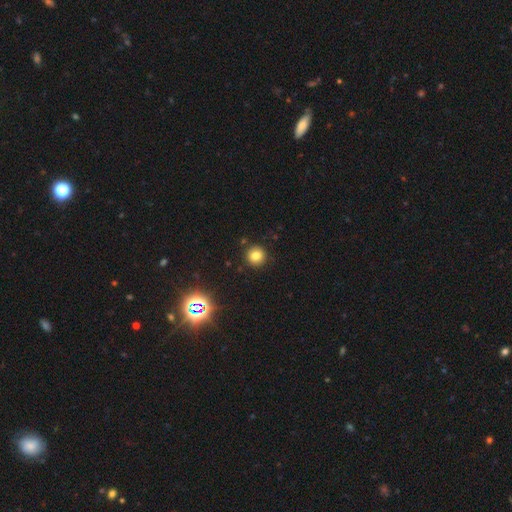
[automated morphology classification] Q: Smooth or featured?
A: smooth (78%); runner-up: star or artifact (14%)
Q: How rounded?
A: round (92%); runner-up: in between (7%)
Q: Merging?
A: none (89%); runner-up: minor disturbance (6%)